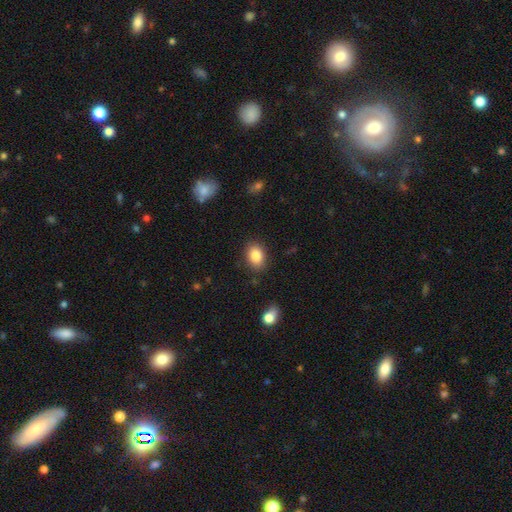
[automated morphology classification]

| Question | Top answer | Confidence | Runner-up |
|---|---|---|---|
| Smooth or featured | smooth | 85% | star or artifact (9%) |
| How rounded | in between | 73% | round (26%) |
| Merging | none | 86% | minor disturbance (10%) |